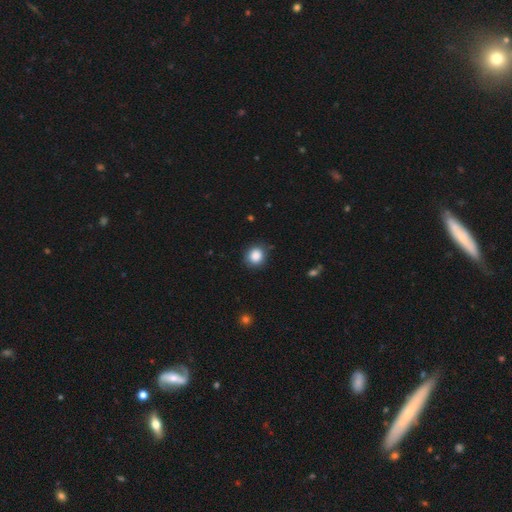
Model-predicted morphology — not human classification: smooth-or-featured: smooth: 87% | star or artifact: 10% | featured or disk: 4%
  how-rounded: round: 83% | in between: 16% | cigar-shaped: 1%
  merging: none: 84% | minor disturbance: 12% | major disturbance: 3% | merger: 1%